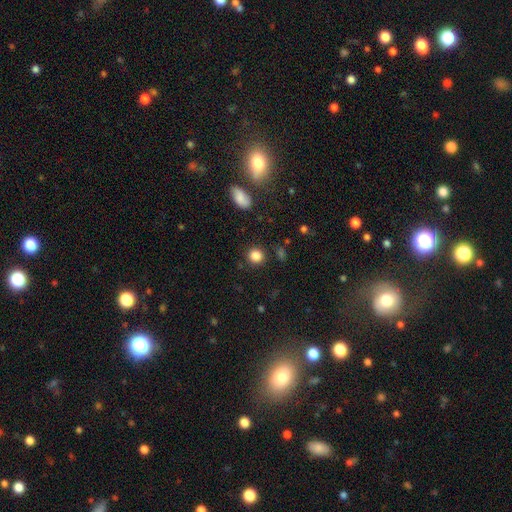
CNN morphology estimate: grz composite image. It shows a smooth galaxy with no disk features (85%) that is round (88%). Merging: none (88%).